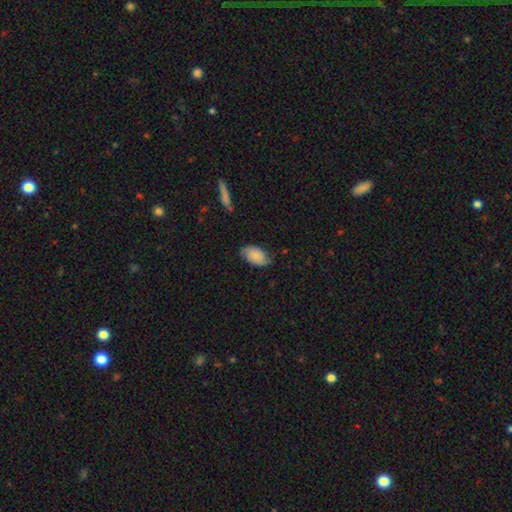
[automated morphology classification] Q: Smooth or featured?
A: smooth (59%); runner-up: featured or disk (33%)
Q: How rounded?
A: in between (92%); runner-up: round (6%)
Q: Merging?
A: none (67%); runner-up: minor disturbance (25%)